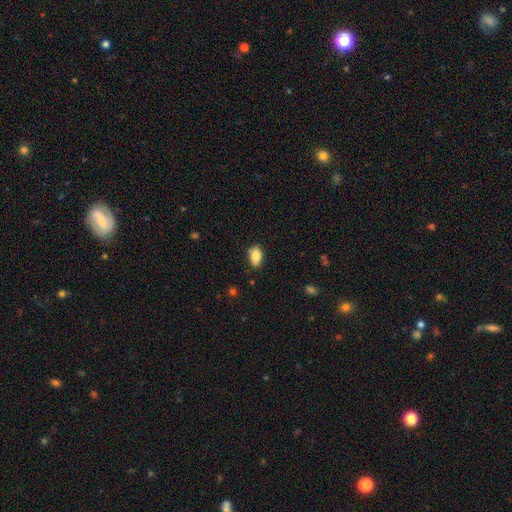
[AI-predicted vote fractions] Morphology: type=smooth (83%); roundness=in between (89%); merging=none (80%).